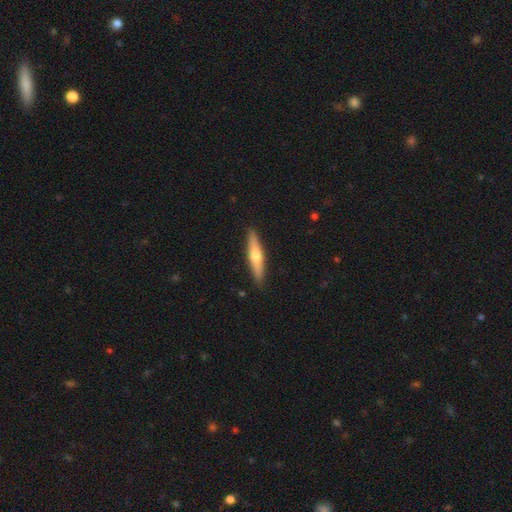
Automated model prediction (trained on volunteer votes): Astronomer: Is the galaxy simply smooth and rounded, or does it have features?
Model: smooth — 47%, tied with featured or disk at 47%.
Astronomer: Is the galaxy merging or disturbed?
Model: none — 89%.